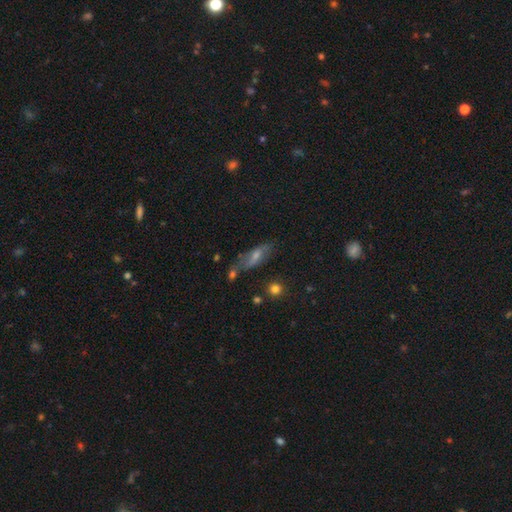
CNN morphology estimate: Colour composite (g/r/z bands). It shows a featured or disk galaxy (44%). Merging: none (62%).